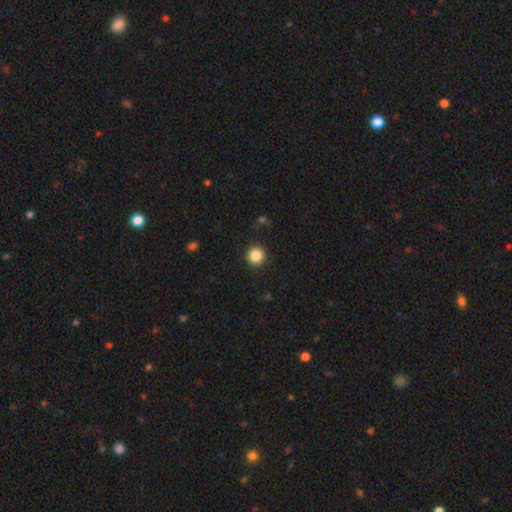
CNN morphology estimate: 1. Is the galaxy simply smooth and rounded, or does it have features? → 86% smooth, 10% star or artifact, 4% featured or disk.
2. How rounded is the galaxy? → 93% round, 6% in between, 1% cigar-shaped.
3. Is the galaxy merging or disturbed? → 91% none, 6% minor disturbance, 2% major disturbance, 1% merger.